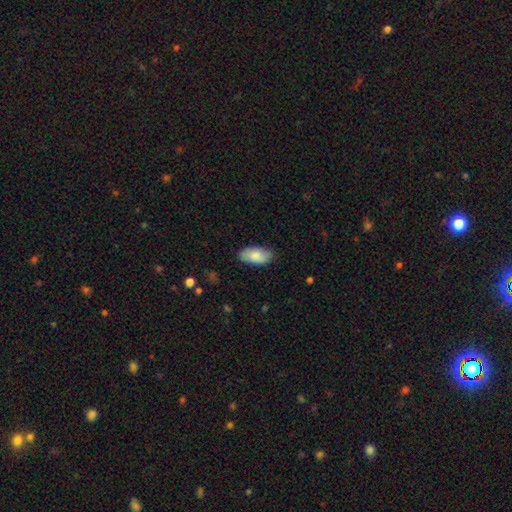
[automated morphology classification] smooth-or-featured: smooth: 86% | featured or disk: 9% | star or artifact: 6%
  how-rounded: in between: 94% | cigar-shaped: 4% | round: 2%
  merging: none: 83% | minor disturbance: 13% | major disturbance: 3% | merger: 1%